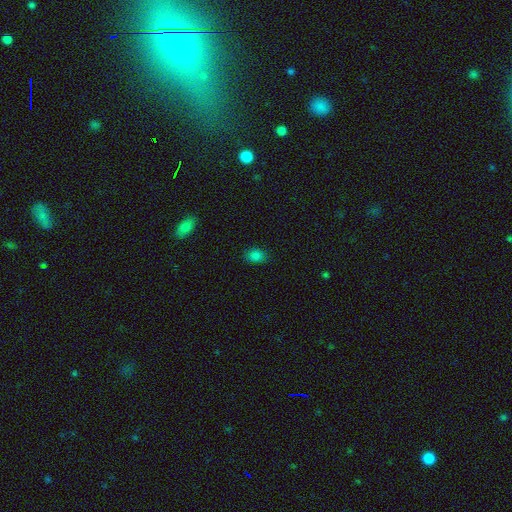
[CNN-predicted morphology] The model was most divided on "how rounded": in between: 72%, round: 27%, cigar-shaped: 1%. More confident: merging — none (83%); smooth or featured — smooth (81%).